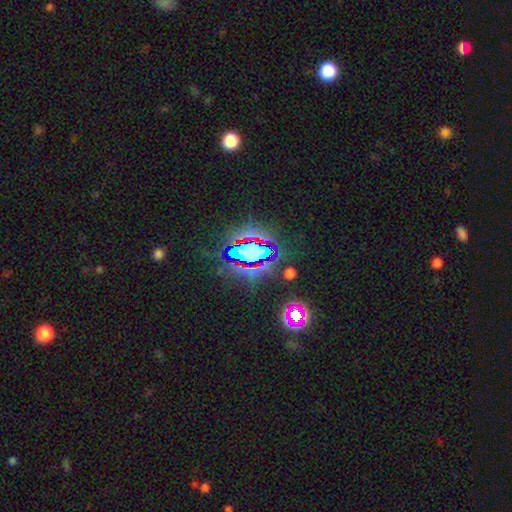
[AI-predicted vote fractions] Smooth or featured: star or artifact — 70% (smooth — 17%)